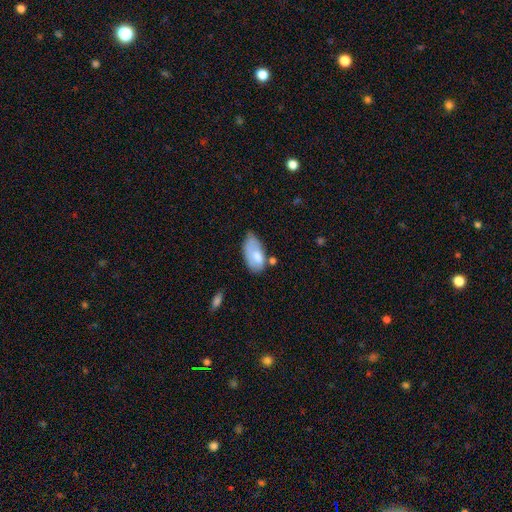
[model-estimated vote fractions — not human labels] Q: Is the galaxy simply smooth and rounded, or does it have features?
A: smooth — 72%.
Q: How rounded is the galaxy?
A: in between — 93%.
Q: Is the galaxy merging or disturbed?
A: minor disturbance — 40%.